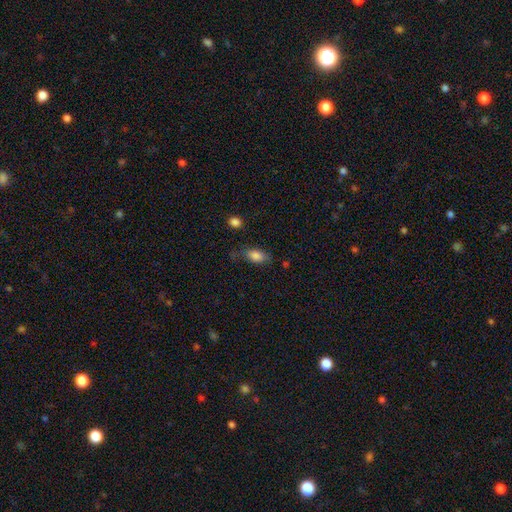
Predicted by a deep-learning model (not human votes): Smooth or featured: smooth — 83% (featured or disk — 9%)
How rounded: in between — 88% (cigar-shaped — 6%)
Merging: none — 64% (minor disturbance — 24%)